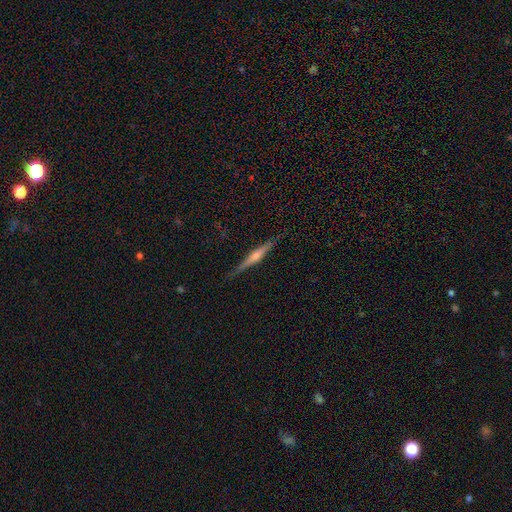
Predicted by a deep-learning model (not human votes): A featured or disk galaxy (78%) viewed edge-on (98%) with a rounded central bulge (75%). Merging: none (89%).